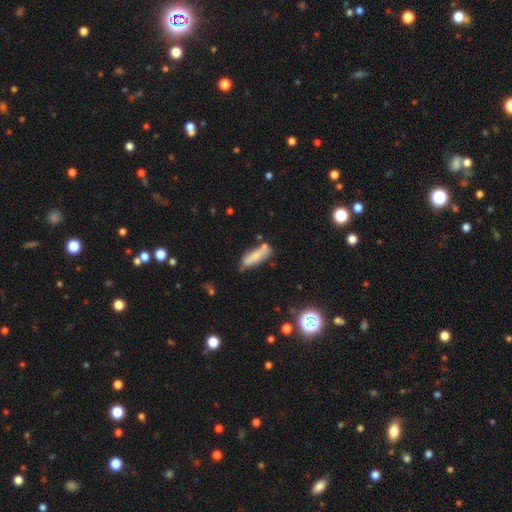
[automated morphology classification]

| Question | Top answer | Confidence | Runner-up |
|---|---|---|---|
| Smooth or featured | smooth | 73% | featured or disk (19%) |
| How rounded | cigar-shaped | 60% | in between (38%) |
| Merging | none | 58% | minor disturbance (25%) |